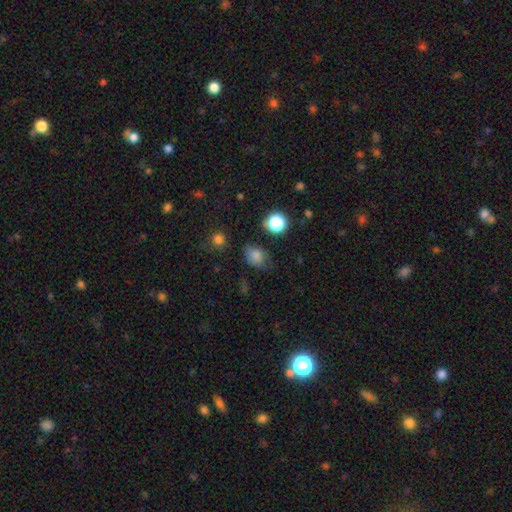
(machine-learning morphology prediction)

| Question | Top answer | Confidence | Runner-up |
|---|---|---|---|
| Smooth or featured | smooth | 75% | star or artifact (16%) |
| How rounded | in between | 65% | round (34%) |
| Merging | none | 61% | minor disturbance (27%) |